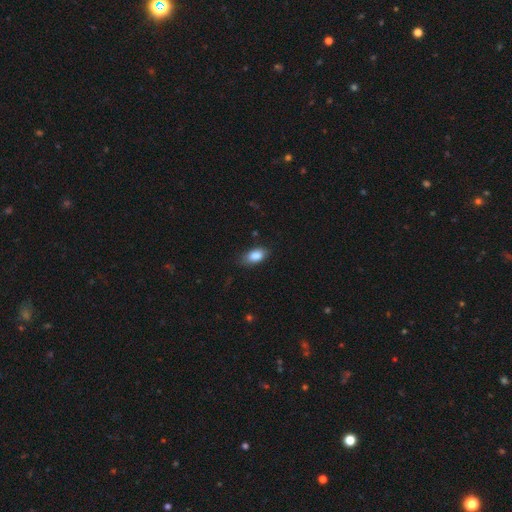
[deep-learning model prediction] smooth 87%, star or artifact 7%, featured or disk 6%. Down the decision tree: how rounded — in between (90%); merging — none (73%).